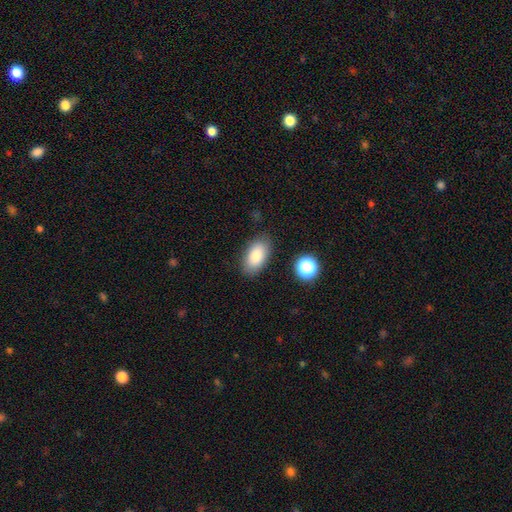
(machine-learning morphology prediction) smooth_or_featured: smooth (p=0.83) [alt: featured or disk p=0.09]
how_rounded: in between (p=0.93) [alt: round p=0.05]
merging: none (p=0.83) [alt: minor disturbance p=0.11]